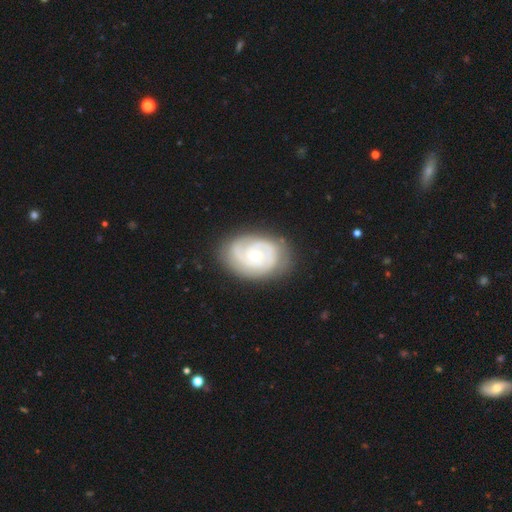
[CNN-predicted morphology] Smooth or featured? Predicted: featured or disk (p=0.85). Edge-on disk? Predicted: no (p=0.97). Bar? Predicted: no (p=0.74). Spiral arms? Predicted: yes (p=0.95). Spiral winding? Predicted: tight (p=0.69). Spiral arm count? Predicted: 2 (p=0.48). Bulge size? Predicted: small (p=0.50). Merging? Predicted: none (p=0.79).